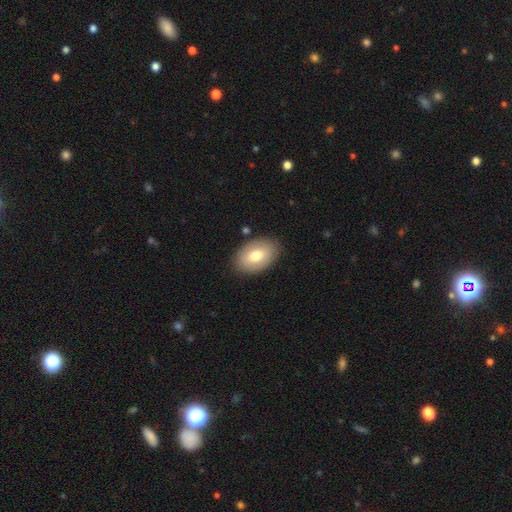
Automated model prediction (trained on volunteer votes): Smooth or featured?
  - smooth: 72% *
  - featured or disk: 22%
  - star or artifact: 7%
How rounded?
  - in between: 87% *
  - round: 12%
  - cigar-shaped: 1%
Merging?
  - none: 85% *
  - minor disturbance: 10%
  - major disturbance: 3%
  - merger: 2%